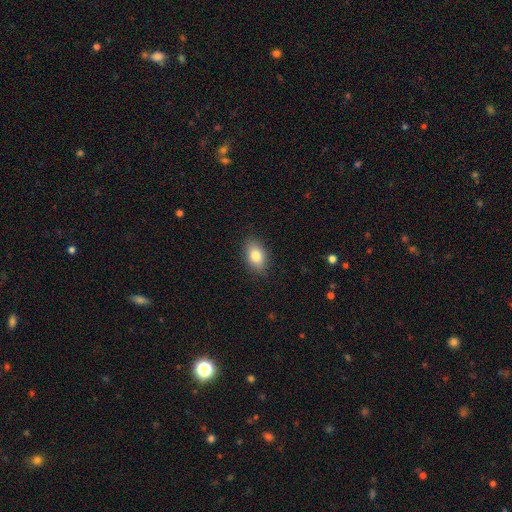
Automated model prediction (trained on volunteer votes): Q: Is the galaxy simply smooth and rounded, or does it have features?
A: smooth — 82%.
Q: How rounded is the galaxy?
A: in between — 86%.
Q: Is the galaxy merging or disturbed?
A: none — 87%.